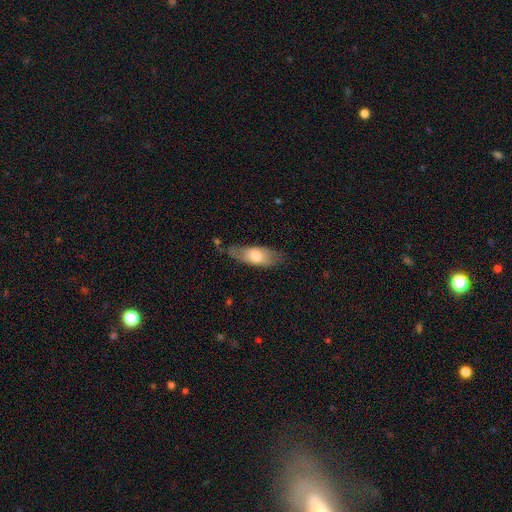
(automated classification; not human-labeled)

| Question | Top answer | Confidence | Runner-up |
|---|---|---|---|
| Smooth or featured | smooth | 64% | featured or disk (30%) |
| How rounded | in between | 69% | cigar-shaped (28%) |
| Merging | none | 61% | minor disturbance (27%) |